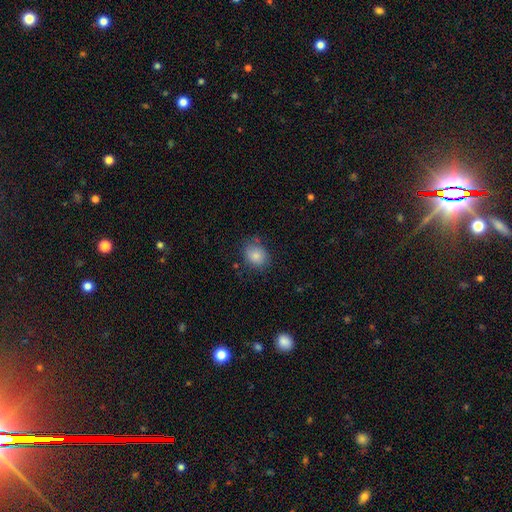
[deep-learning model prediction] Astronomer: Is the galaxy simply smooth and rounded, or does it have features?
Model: smooth — 83%.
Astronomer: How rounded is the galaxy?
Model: round — 56% (runner-up: in between, 43%).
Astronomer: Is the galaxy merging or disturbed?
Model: none — 72%.